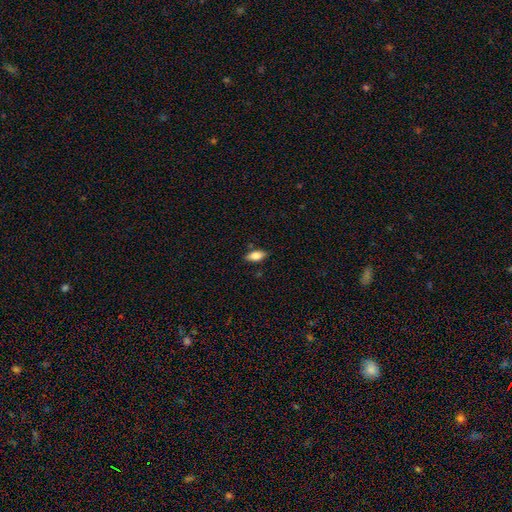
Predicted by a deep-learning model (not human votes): This appears to be a smooth galaxy with no disk features (80%) that is in between round and cigar-shaped (85%). Merging: none (84%).